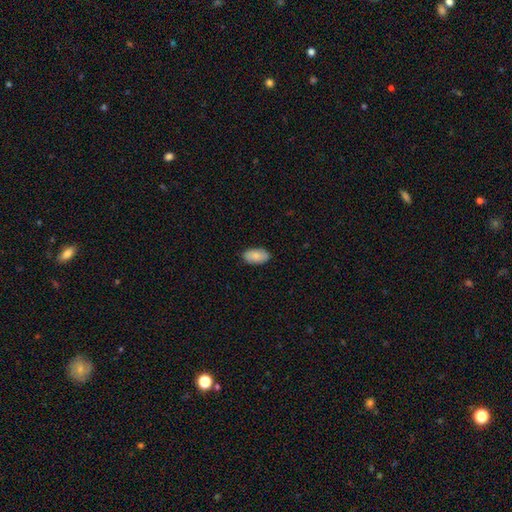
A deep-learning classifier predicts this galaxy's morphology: smooth_or_featured: smooth (p=0.86) [alt: featured or disk p=0.08]
how_rounded: in between (p=0.95) [alt: round p=0.03]
merging: none (p=0.88) [alt: minor disturbance p=0.10]